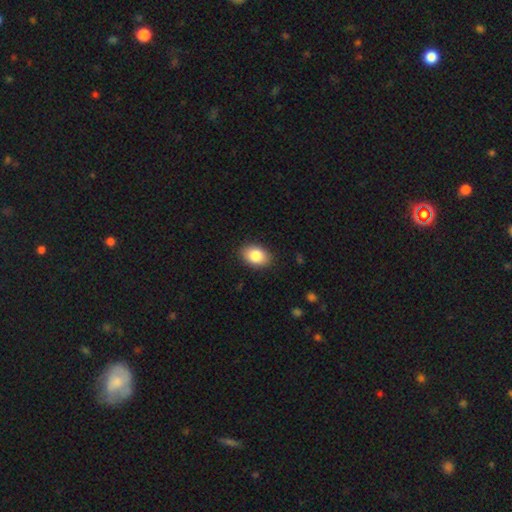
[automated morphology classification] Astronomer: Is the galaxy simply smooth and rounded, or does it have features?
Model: smooth — 85%.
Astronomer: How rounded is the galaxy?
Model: in between — 80%.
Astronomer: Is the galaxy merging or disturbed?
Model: none — 88%.